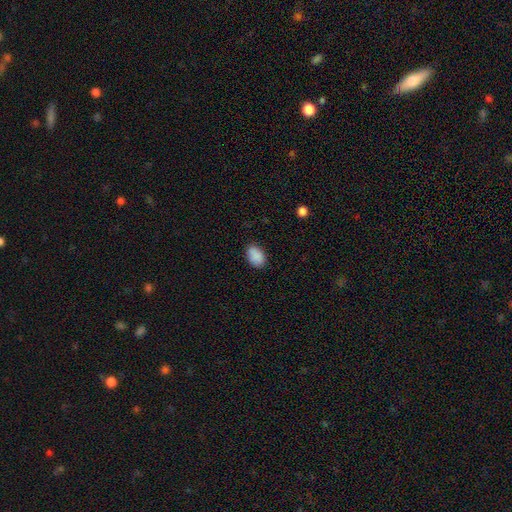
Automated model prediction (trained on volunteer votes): Smooth or featured?
  - smooth: 88% *
  - star or artifact: 8%
  - featured or disk: 4%
How rounded?
  - in between: 86% *
  - round: 13%
  - cigar-shaped: 1%
Merging?
  - none: 83% *
  - minor disturbance: 13%
  - major disturbance: 3%
  - merger: 1%